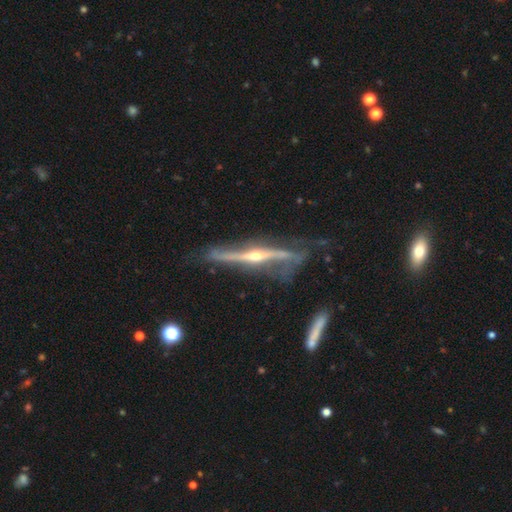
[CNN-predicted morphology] Q: Smooth or featured?
A: featured or disk (88%); runner-up: smooth (6%)
Q: Edge-on disk?
A: yes (87%); runner-up: no (13%)
Q: Edge-on bulge?
A: rounded (87%); runner-up: none (9%)
Q: Merging?
A: none (58%); runner-up: minor disturbance (27%)